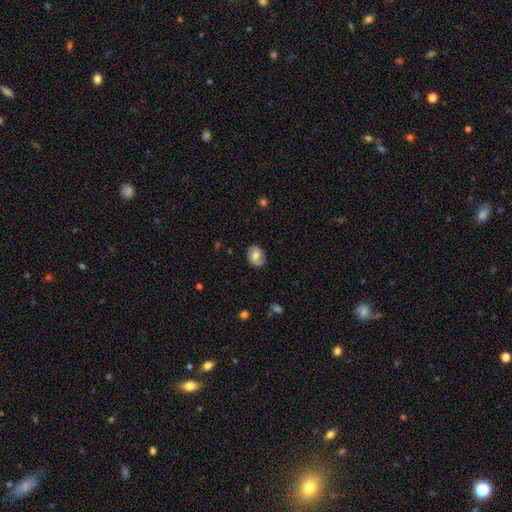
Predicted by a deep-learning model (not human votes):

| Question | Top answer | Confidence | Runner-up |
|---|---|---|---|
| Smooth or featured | featured or disk | 48% | smooth (44%) |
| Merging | none | 82% | minor disturbance (13%) |